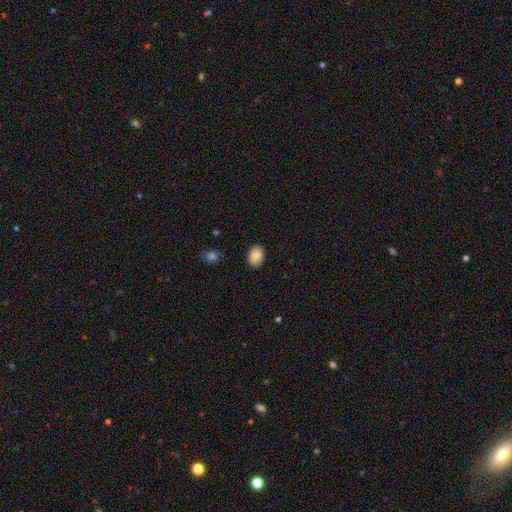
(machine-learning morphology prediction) The model was most divided on "how rounded": in between: 84%, round: 15%, cigar-shaped: 1%. More confident: merging — none (89%); smooth or featured — smooth (87%).